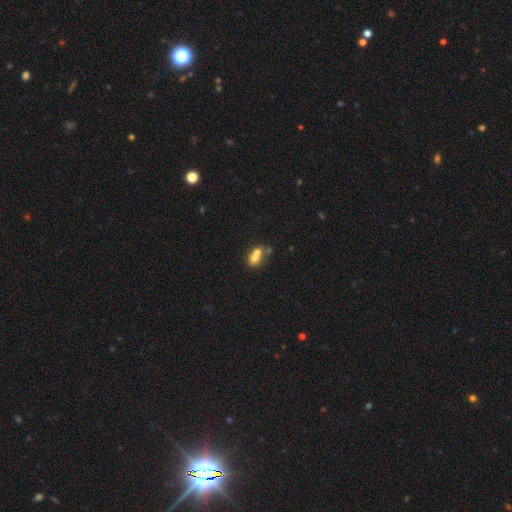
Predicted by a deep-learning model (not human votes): Smooth or featured: smooth — 67% (featured or disk — 22%)
How rounded: in between — 59% (round — 38%)
Merging: merger — 63% (none — 24%)